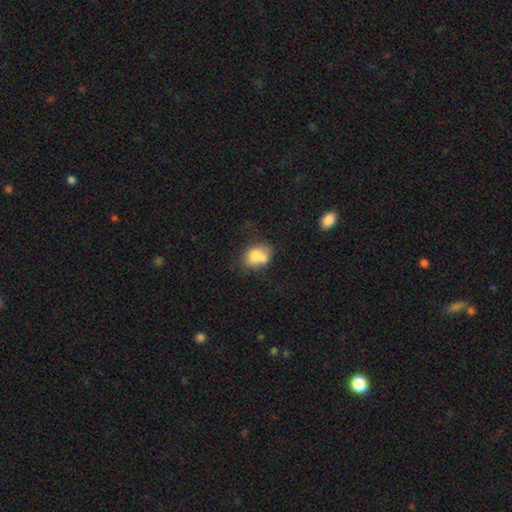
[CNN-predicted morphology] Smooth or featured?
  - smooth: 72% *
  - featured or disk: 18%
  - star or artifact: 9%
How rounded?
  - in between: 60% *
  - round: 39%
  - cigar-shaped: 1%
Merging?
  - none: 39% *
  - merger: 38%
  - minor disturbance: 17%
  - major disturbance: 6%